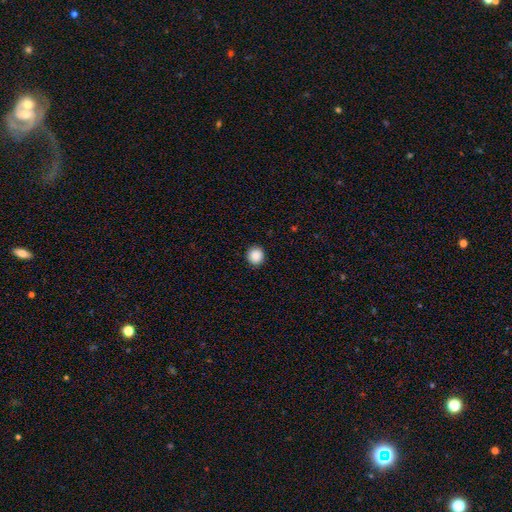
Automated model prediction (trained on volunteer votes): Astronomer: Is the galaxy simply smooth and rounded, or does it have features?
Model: smooth — 89%.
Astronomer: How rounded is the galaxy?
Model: round — 93%.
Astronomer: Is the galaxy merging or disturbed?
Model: none — 93%.